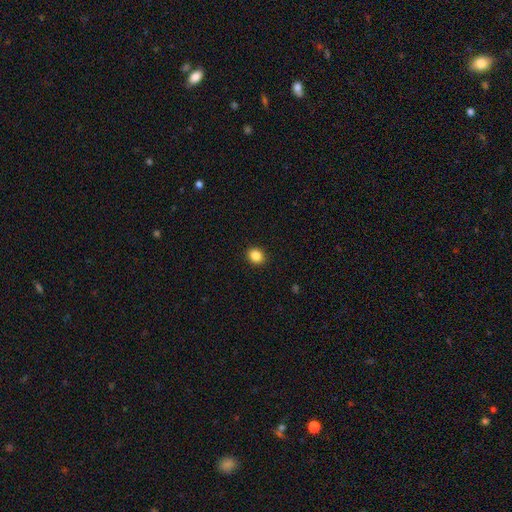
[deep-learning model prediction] The model was most divided on "how rounded": round: 68%, in between: 31%, cigar-shaped: 1%. More confident: merging — none (92%); smooth or featured — smooth (86%).